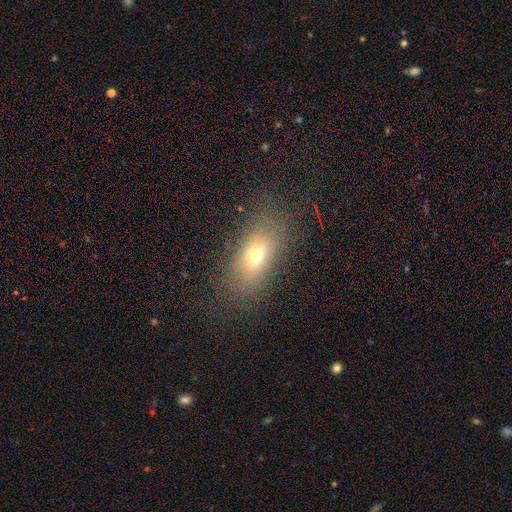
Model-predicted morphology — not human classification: Smooth or featured? smooth (65%)
How rounded? in between (78%)
Merging? none (76%)